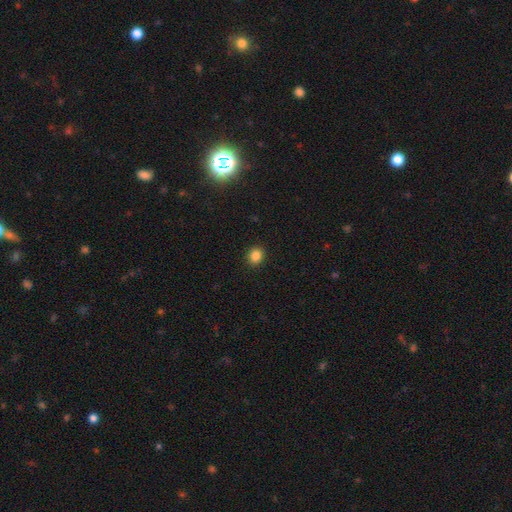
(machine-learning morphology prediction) smooth-or-featured: smooth: 85% | star or artifact: 11% | featured or disk: 4%
  how-rounded: round: 80% | in between: 19% | cigar-shaped: 1%
  merging: none: 92% | minor disturbance: 5% | major disturbance: 2% | merger: 1%